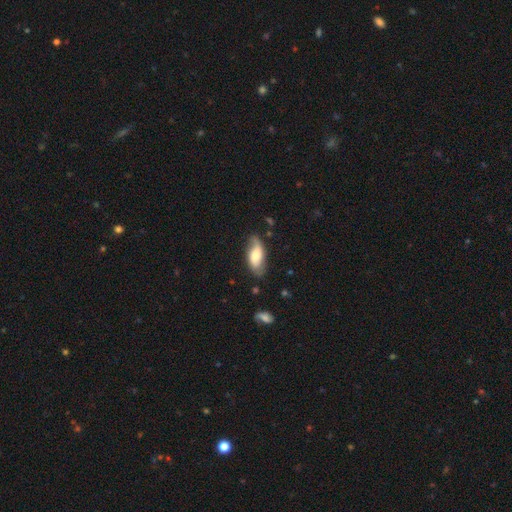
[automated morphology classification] This appears to be a smooth galaxy with no disk features (55%) that is in between round and cigar-shaped (86%). Merging: none (68%).